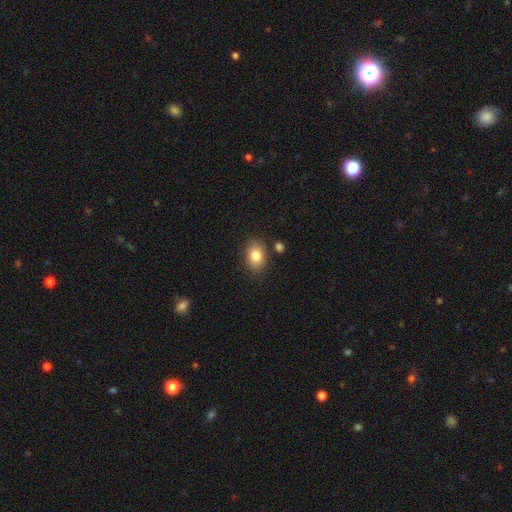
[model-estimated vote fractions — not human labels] A smooth galaxy with no disk features (84%) that is in between round and cigar-shaped (73%). Merging: none (82%).